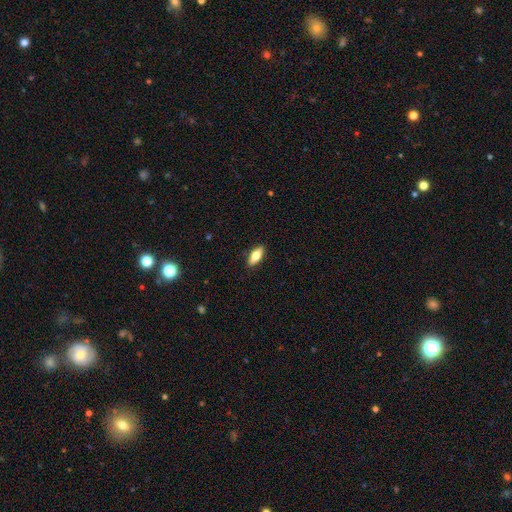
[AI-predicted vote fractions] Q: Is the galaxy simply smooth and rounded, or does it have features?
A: smooth — 69%.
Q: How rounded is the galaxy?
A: in between — 74%.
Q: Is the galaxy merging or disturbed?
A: none — 88%.